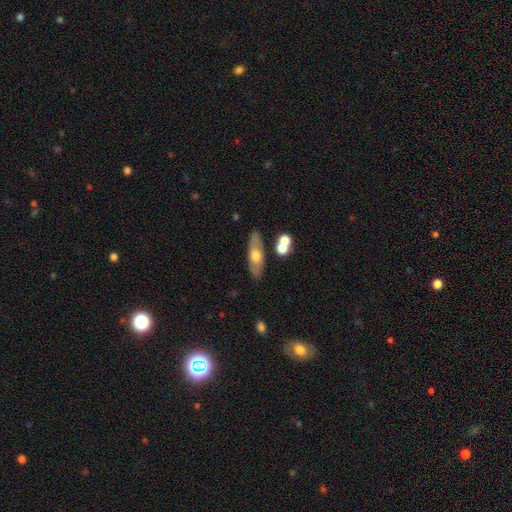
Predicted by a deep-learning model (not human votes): smooth_or_featured: smooth (p=0.49) [alt: featured or disk p=0.44]
merging: none (p=0.78) [alt: minor disturbance p=0.11]